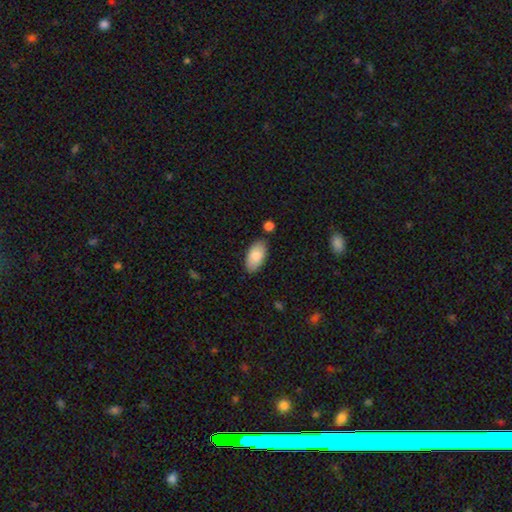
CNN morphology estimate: Smooth or featured? Predicted: smooth (p=0.83). How rounded? Predicted: in between (p=0.95). Merging? Predicted: none (p=0.82).